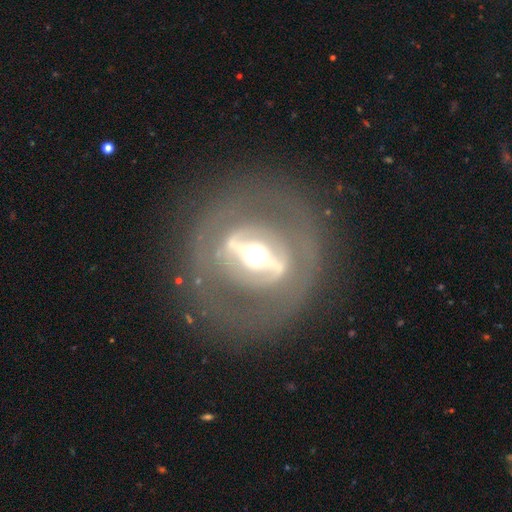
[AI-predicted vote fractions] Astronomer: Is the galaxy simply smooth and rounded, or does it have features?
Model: featured or disk — 81%.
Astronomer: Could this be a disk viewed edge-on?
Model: no — 78%.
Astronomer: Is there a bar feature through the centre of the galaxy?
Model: strong — 79%.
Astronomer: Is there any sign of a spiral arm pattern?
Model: no — 70%.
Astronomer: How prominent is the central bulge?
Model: moderate — 63%.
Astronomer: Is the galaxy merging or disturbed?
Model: none — 79%.